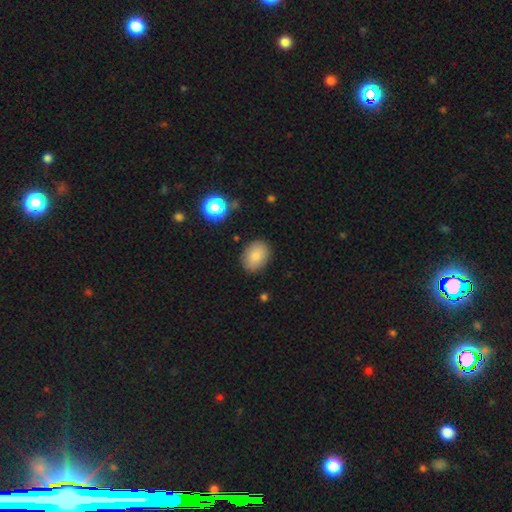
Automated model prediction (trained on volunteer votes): A smooth galaxy with no disk features (84%) that is in between round and cigar-shaped (72%). Merging: none (85%).